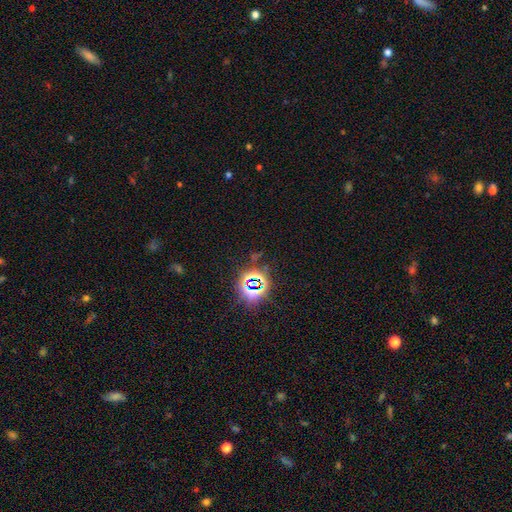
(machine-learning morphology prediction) This appears to be a star or artifact, not a galaxy (81%).